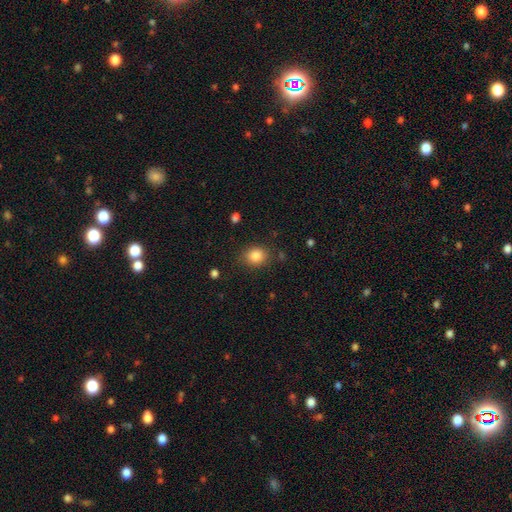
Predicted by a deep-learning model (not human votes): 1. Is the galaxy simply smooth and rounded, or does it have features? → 85% smooth, 10% star or artifact, 5% featured or disk.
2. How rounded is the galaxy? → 61% round, 39% in between, 1% cigar-shaped.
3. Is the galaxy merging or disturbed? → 82% none, 12% minor disturbance, 4% major disturbance, 2% merger.